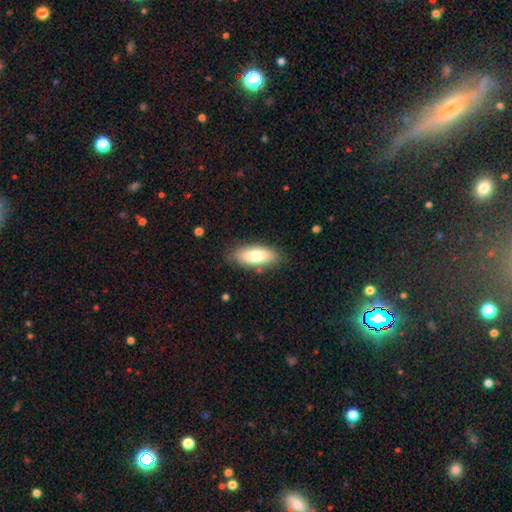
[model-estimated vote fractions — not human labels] Smooth or featured? Predicted: smooth (p=0.75). How rounded? Predicted: in between (p=0.81). Merging? Predicted: none (p=0.82).